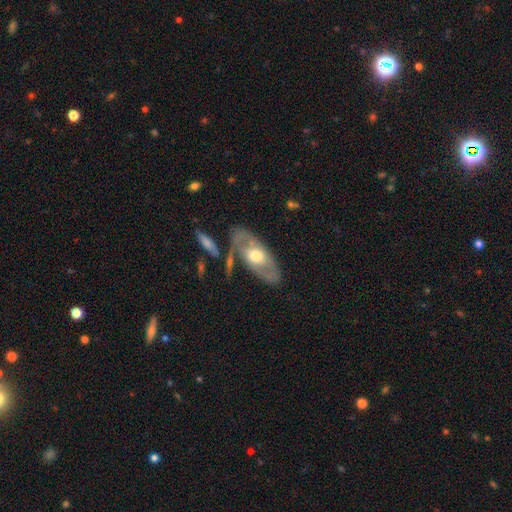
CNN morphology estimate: Q: Smooth or featured?
A: featured or disk (60%); runner-up: smooth (35%)
Q: Edge-on disk?
A: no (81%); runner-up: yes (19%)
Q: Merging?
A: none (66%); runner-up: minor disturbance (17%)